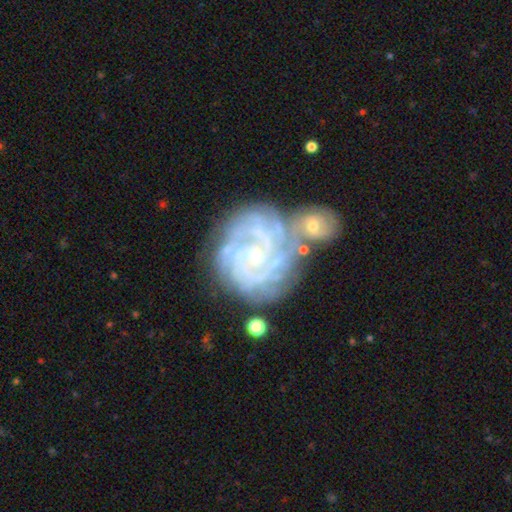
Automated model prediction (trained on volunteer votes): Smooth or featured?
  - featured or disk: 90% *
  - star or artifact: 5%
  - smooth: 4%
Edge-on disk?
  - no: 98% *
  - yes: 2%
Bar?
  - no: 71% *
  - weak: 22%
  - strong: 8%
Spiral arms?
  - yes: 97% *
  - no: 3%
Spiral winding?
  - tight: 81% *
  - medium: 16%
  - loose: 3%
Spiral arm count?
  - 4: 24% * (tied)
  - 3: 24% * (tied)
  - can't tell: 22%
  - 2: 13%
  - more than 4: 10%
  - 1: 7%
Bulge size?
  - small: 68% *
  - moderate: 29%
  - large: 1%
  - none: 1%
  - dominant: 1%
Merging?
  - none: 46% *
  - merger: 30%
  - minor disturbance: 16%
  - major disturbance: 7%